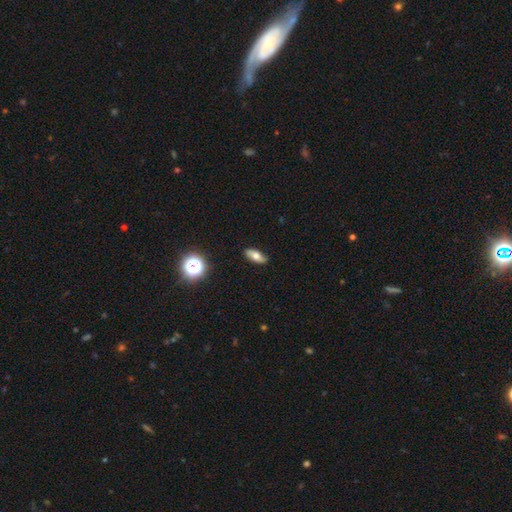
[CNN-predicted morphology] smooth-or-featured: smooth: 64% | featured or disk: 26% | star or artifact: 10%
  how-rounded: in between: 76% | cigar-shaped: 18% | round: 6%
  merging: none: 86% | minor disturbance: 10% | major disturbance: 2% | merger: 1%